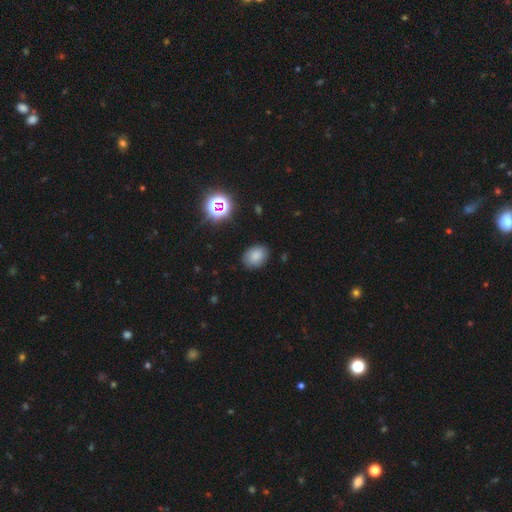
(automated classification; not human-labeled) Morphology: type=smooth (81%); roundness=in between (72%); merging=none (85%).